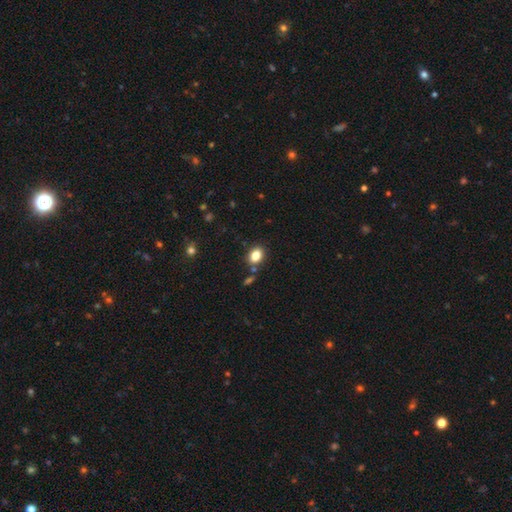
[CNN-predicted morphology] Smooth or featured? smooth (83%)
How rounded? in between (65%)
Merging? none (80%)